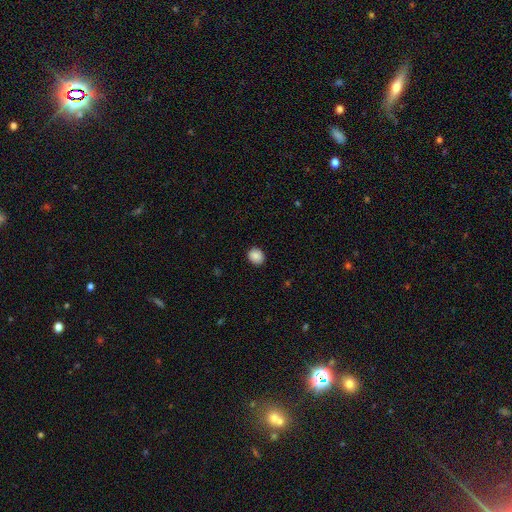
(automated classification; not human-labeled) A smooth galaxy with no disk features (88%) that is round (69%). Merging: none (89%).